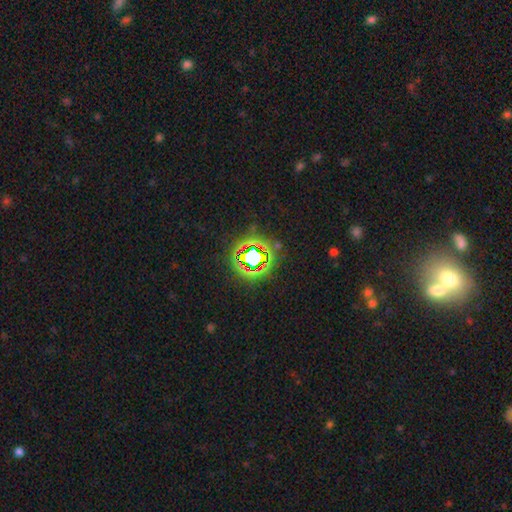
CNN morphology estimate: Smooth or featured? Predicted: star or artifact (p=0.66).